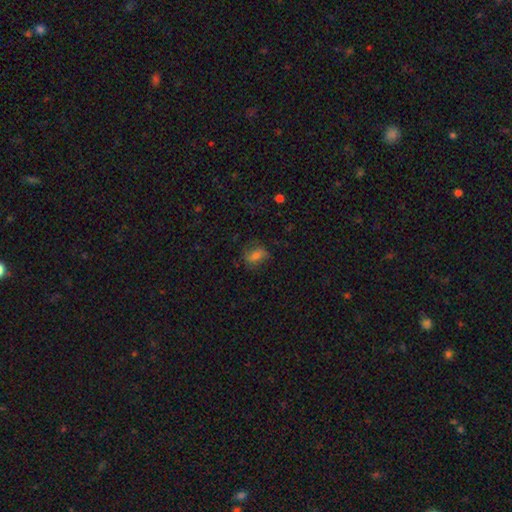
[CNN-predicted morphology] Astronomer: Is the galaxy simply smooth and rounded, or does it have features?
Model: smooth — 65%.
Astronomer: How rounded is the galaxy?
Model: in between — 66%.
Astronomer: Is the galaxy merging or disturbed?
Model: none — 69%.